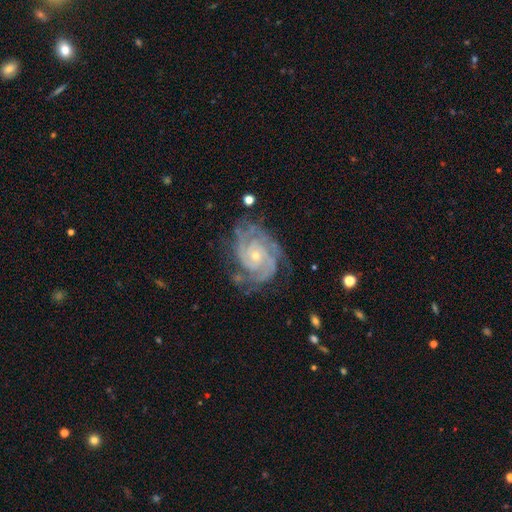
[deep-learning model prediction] A featured or disk galaxy (91%) with no bar (75%), 3 (33%) tight (71%) spiral arms (98%) and a small central bulge (71%). Merging: none (69%).